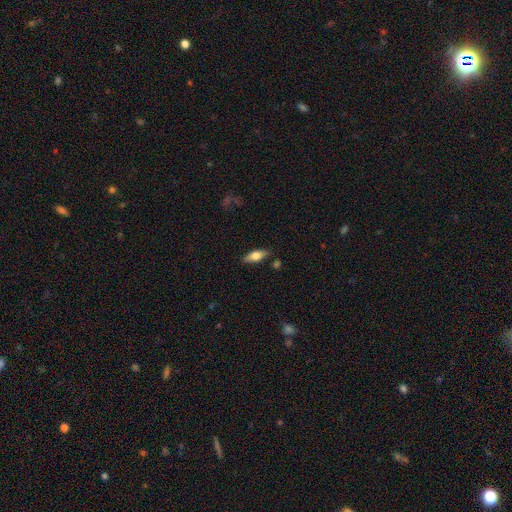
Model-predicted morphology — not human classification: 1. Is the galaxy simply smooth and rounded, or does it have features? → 65% smooth, 29% featured or disk, 7% star or artifact.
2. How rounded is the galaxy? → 71% in between, 27% cigar-shaped, 3% round.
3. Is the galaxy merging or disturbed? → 84% none, 11% minor disturbance, 2% major disturbance, 2% merger.